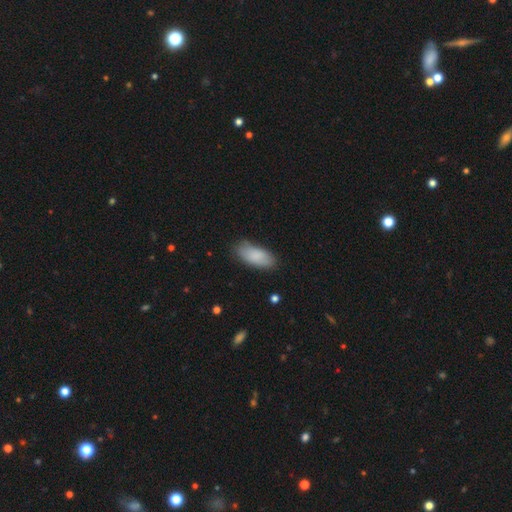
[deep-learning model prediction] Q: Smooth or featured?
A: smooth (86%); runner-up: featured or disk (8%)
Q: How rounded?
A: in between (87%); runner-up: cigar-shaped (11%)
Q: Merging?
A: none (77%); runner-up: minor disturbance (18%)